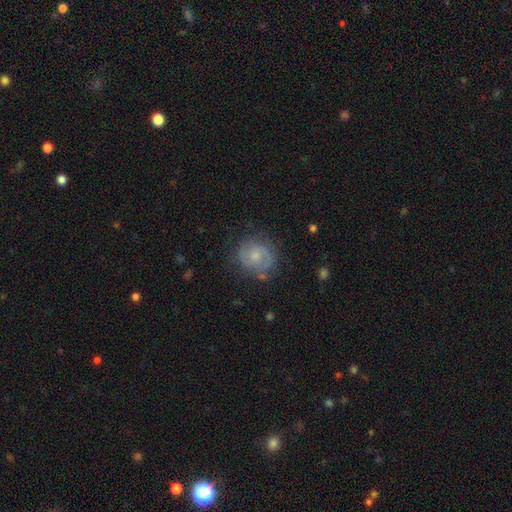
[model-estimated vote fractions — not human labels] Smooth or featured? featured or disk (54%)
Edge-on disk? no (97%)
Bar? no (72%)
Spiral arms? yes (76%)
Bulge size? small (49%)
Merging? none (71%)